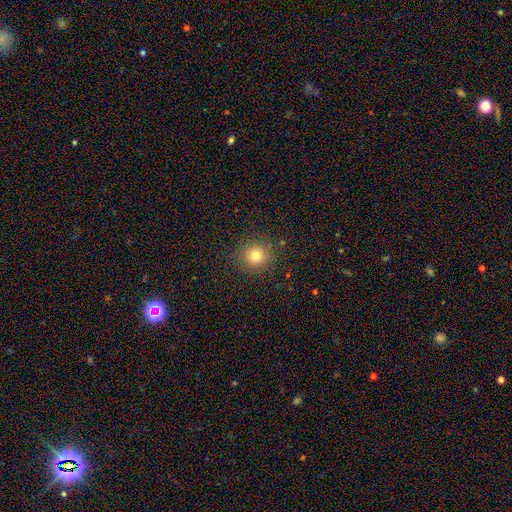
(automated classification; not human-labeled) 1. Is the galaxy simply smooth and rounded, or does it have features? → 77% smooth, 16% star or artifact, 7% featured or disk.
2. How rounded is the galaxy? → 92% round, 7% in between, 1% cigar-shaped.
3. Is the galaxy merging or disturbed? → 89% none, 7% minor disturbance, 3% major disturbance, 1% merger.